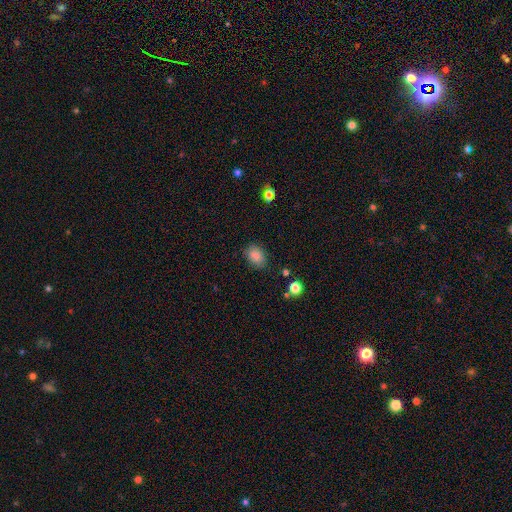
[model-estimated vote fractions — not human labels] smooth 86%, star or artifact 9%, featured or disk 5%. Down the decision tree: how rounded — in between (71%); merging — none (82%).